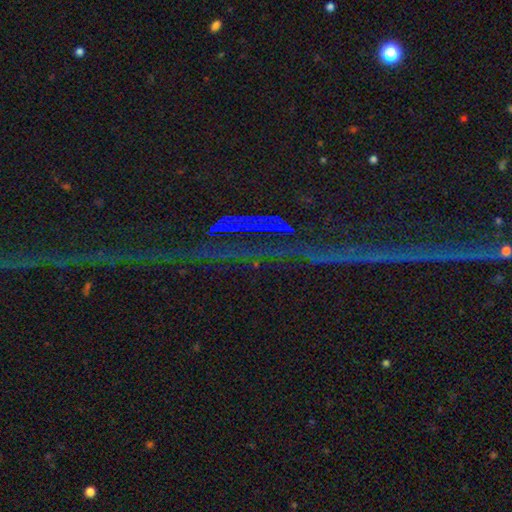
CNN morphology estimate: Overall: star or artifact (86%).